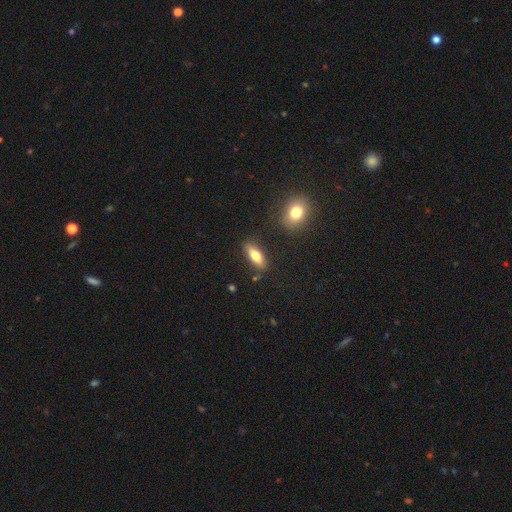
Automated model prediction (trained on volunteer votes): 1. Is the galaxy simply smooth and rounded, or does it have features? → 73% smooth, 20% featured or disk, 7% star or artifact.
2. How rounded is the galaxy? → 69% in between, 28% cigar-shaped, 3% round.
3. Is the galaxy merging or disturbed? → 83% none, 11% minor disturbance, 3% merger, 3% major disturbance.